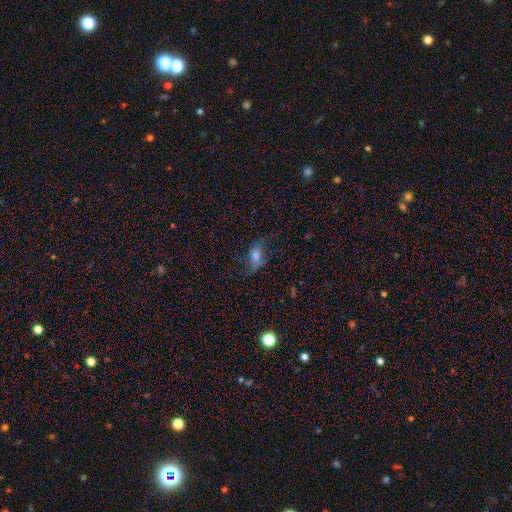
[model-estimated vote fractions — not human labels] smooth_or_featured: smooth (p=0.50) [alt: featured or disk p=0.35]
merging: none (p=0.55) [alt: minor disturbance p=0.24]